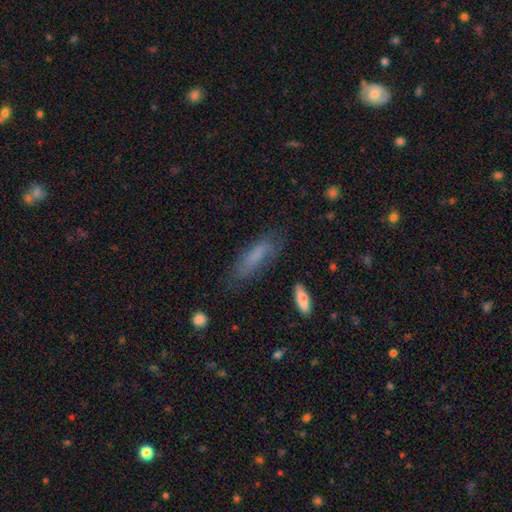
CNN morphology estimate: Smooth or featured: smooth — 67% (featured or disk — 23%)
How rounded: cigar-shaped — 52% (in between — 46%)
Merging: none — 68% (minor disturbance — 22%)